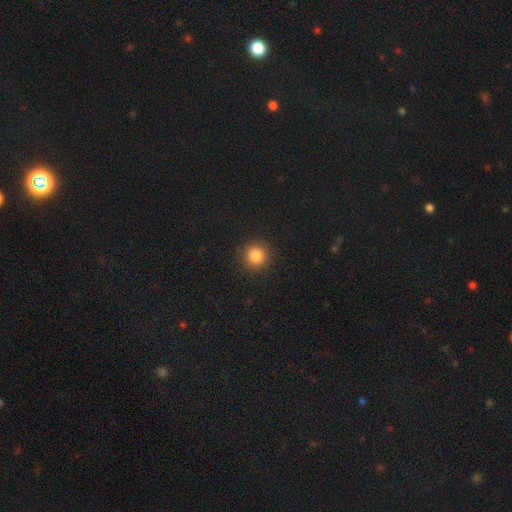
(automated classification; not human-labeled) A smooth galaxy with no disk features (84%) that is round (94%). Merging: none (92%).